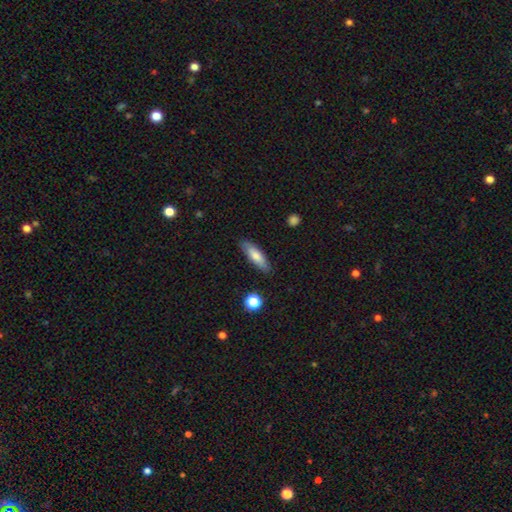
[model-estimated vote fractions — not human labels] A smooth galaxy with no disk features (76%) that is cigar-shaped (55%). Merging: none (87%).